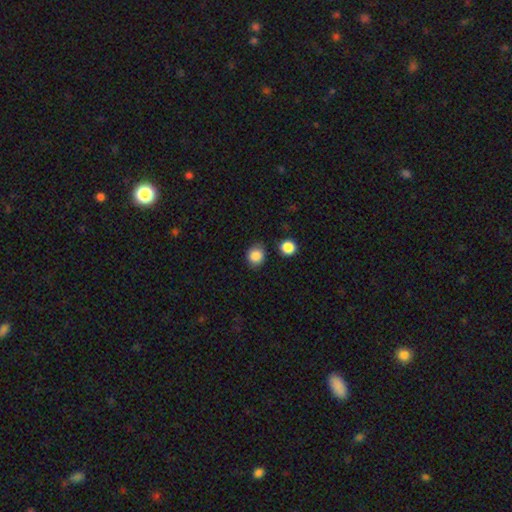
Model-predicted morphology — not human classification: A smooth galaxy with no disk features (87%) that is round (79%). Merging: none (79%).